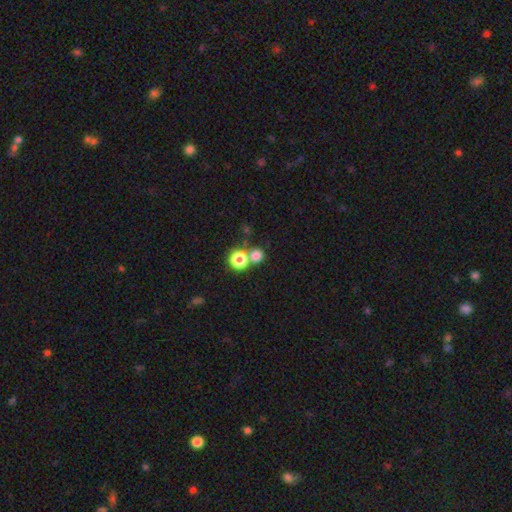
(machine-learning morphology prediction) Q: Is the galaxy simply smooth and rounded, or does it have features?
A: smooth — 75%.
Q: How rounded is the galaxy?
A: round — 88%.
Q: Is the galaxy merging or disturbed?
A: none — 57%.